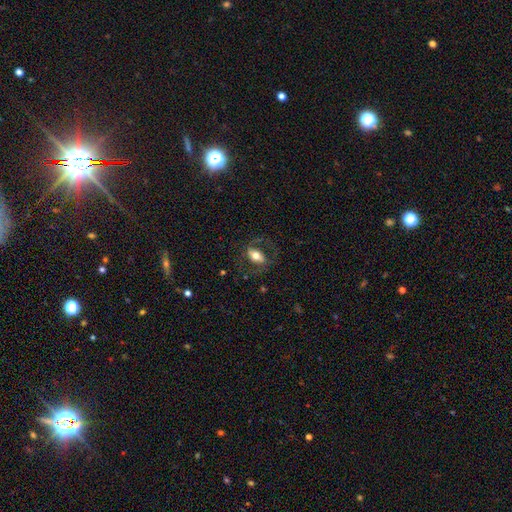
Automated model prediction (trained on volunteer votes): Smooth or featured?
  - smooth: 53% *
  - featured or disk: 40%
  - star or artifact: 7%
How rounded?
  - in between: 87% *
  - round: 8%
  - cigar-shaped: 6%
Merging?
  - none: 69% *
  - major disturbance: 15%
  - minor disturbance: 15%
  - merger: 1%